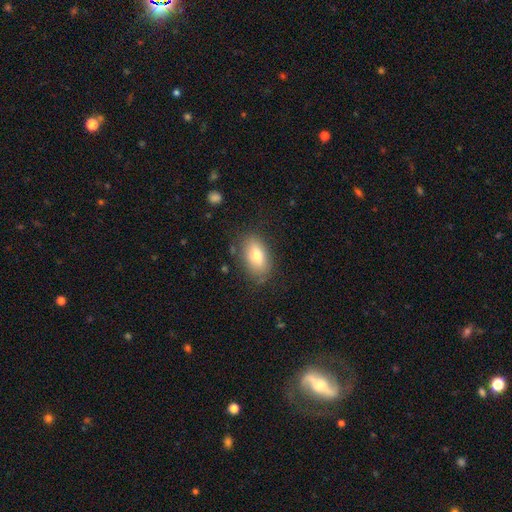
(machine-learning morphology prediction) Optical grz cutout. It shows a smooth galaxy with no disk features (74%) that is in between round and cigar-shaped (89%). Merging: none (78%).